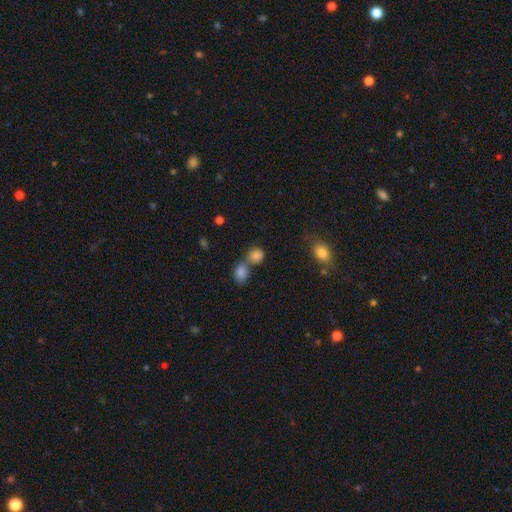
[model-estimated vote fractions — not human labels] A smooth galaxy with no disk features (82%) that is round (65%). Merging: merger (53%).